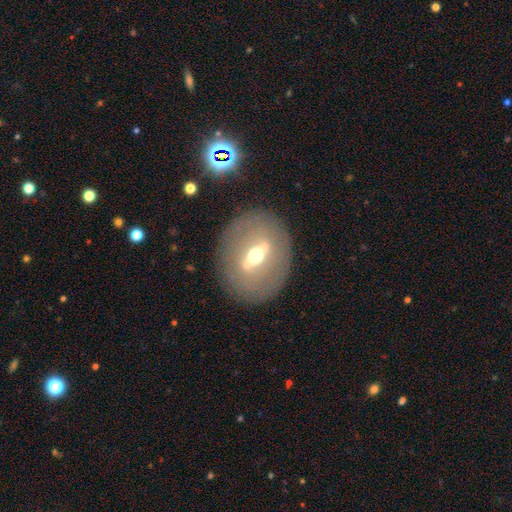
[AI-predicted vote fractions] A featured or disk galaxy (73%).

Vote fractions:
- Smooth or featured? featured or disk: 73% / smooth: 20% / star or artifact: 7%
- Edge-on disk? no: 63% / yes: 37%
- Merging? none: 85% / minor disturbance: 9% / major disturbance: 5% / merger: 1%